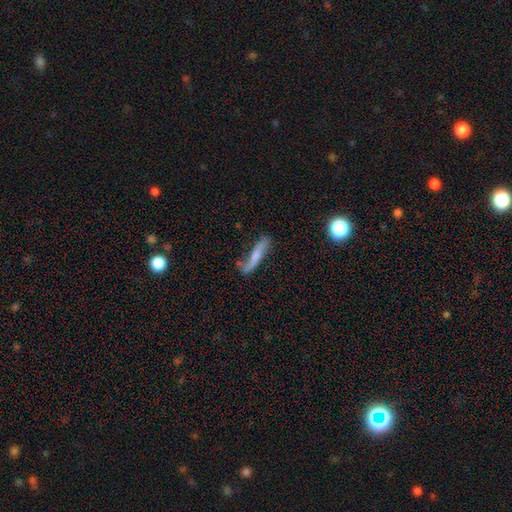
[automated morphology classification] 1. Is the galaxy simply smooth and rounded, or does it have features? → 51% smooth, 42% featured or disk, 7% star or artifact.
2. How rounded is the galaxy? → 84% cigar-shaped, 14% in between, 2% round.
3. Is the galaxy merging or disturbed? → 53% none, 27% minor disturbance, 13% major disturbance, 7% merger.